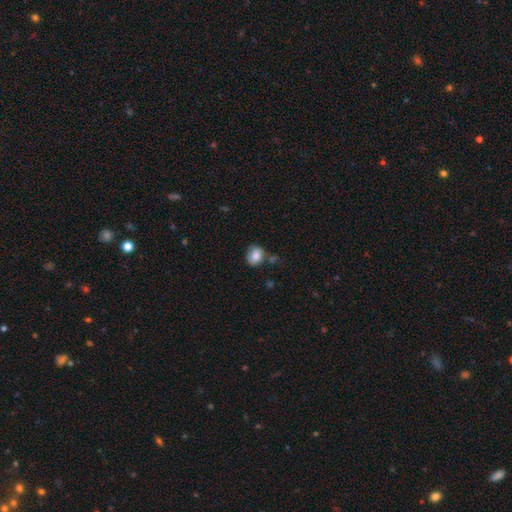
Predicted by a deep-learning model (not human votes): Q: Smooth or featured?
A: smooth (81%); runner-up: featured or disk (10%)
Q: How rounded?
A: round (58%); runner-up: in between (41%)
Q: Merging?
A: none (62%); runner-up: minor disturbance (23%)